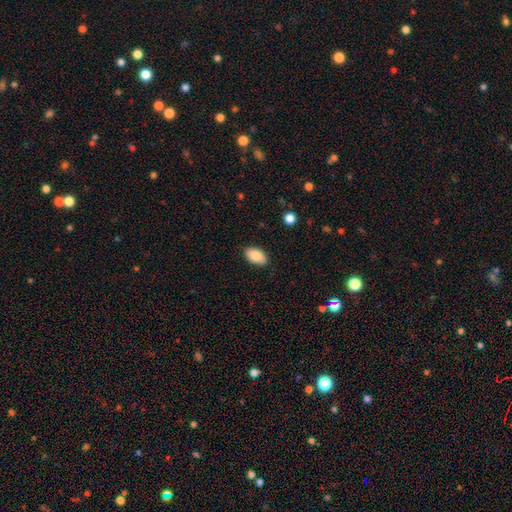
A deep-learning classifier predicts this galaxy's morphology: This is clearly a smooth galaxy (85%). How rounded: clearly in between (94%). Merging: clearly none (86%).